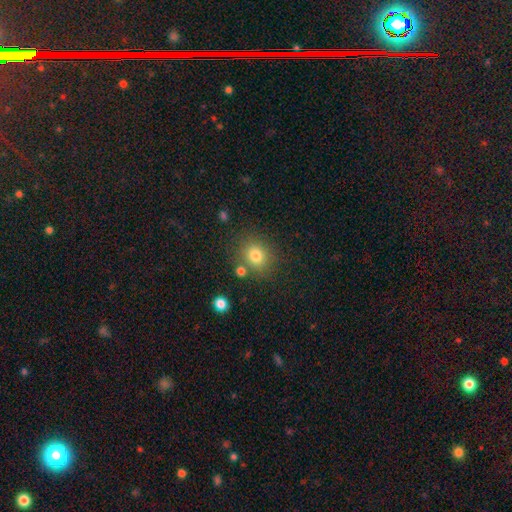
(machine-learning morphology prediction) Q: Smooth or featured?
A: smooth (79%); runner-up: star or artifact (13%)
Q: How rounded?
A: round (76%); runner-up: in between (23%)
Q: Merging?
A: none (77%); runner-up: minor disturbance (11%)